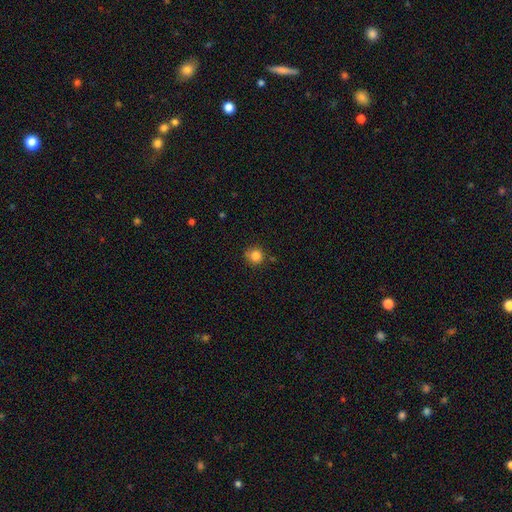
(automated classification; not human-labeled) Smooth or featured: smooth — 83% (star or artifact — 11%)
How rounded: round — 90% (in between — 9%)
Merging: none — 75% (minor disturbance — 17%)